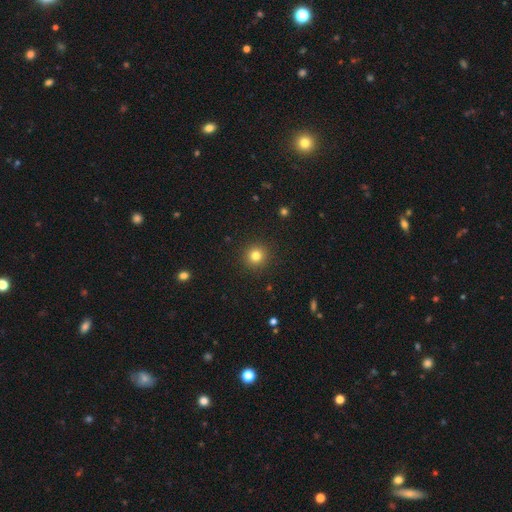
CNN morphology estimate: Smooth or featured?
  - smooth: 81% *
  - star or artifact: 13%
  - featured or disk: 6%
How rounded?
  - round: 94% *
  - in between: 5%
  - cigar-shaped: 1%
Merging?
  - none: 92% *
  - minor disturbance: 5%
  - major disturbance: 2%
  - merger: 1%